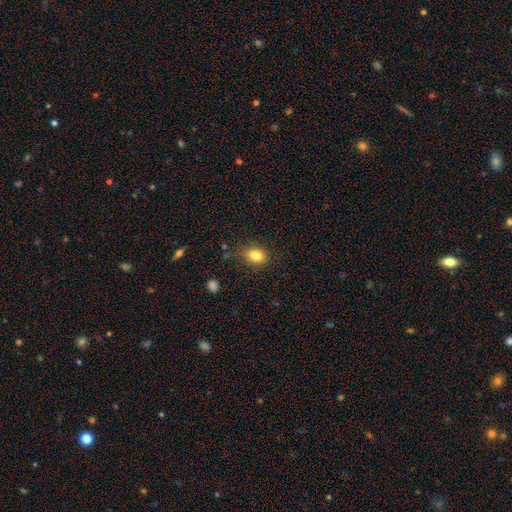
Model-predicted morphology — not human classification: Smooth or featured? smooth (83%)
How rounded? in between (65%)
Merging? none (79%)